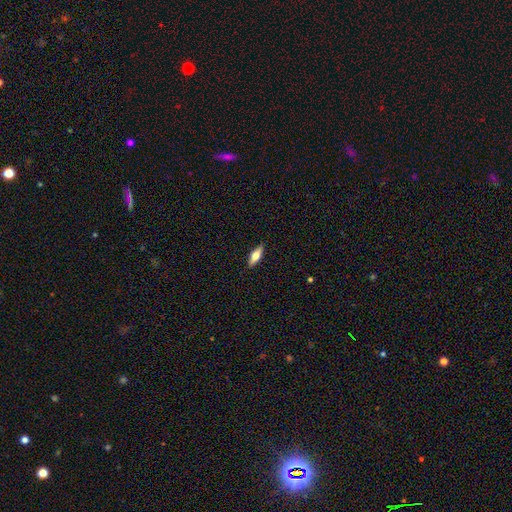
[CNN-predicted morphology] Smooth or featured? Predicted: smooth (p=0.55). How rounded? Predicted: in between (p=0.57). Merging? Predicted: none (p=0.89).